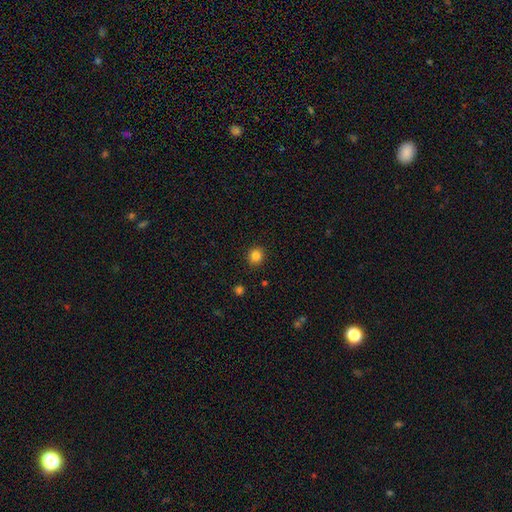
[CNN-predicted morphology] smooth 84%, star or artifact 11%, featured or disk 4%. Down the decision tree: how rounded — round (87%); merging — none (90%).